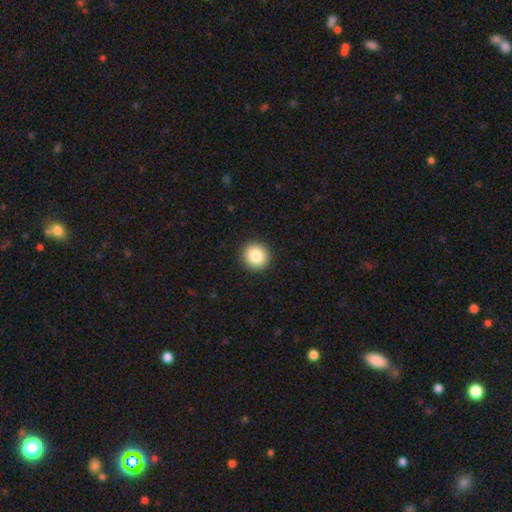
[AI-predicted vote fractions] smooth-or-featured: smooth: 85% | star or artifact: 9% | featured or disk: 6%
  how-rounded: round: 94% | in between: 5% | cigar-shaped: 1%
  merging: none: 93% | minor disturbance: 5% | major disturbance: 2% | merger: 1%